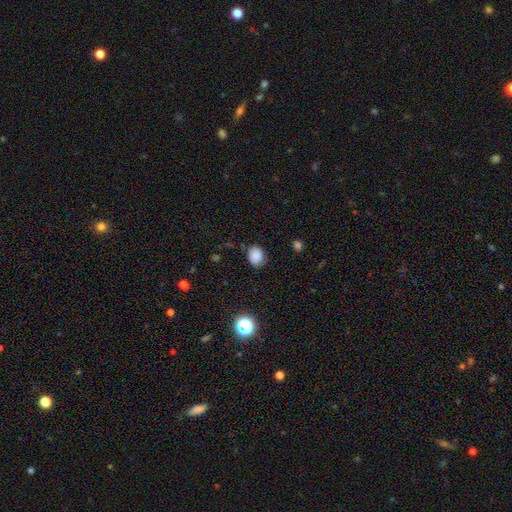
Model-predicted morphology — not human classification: Smooth or featured: smooth — 84% (star or artifact — 11%)
How rounded: in between — 52% (round — 47%)
Merging: none — 78% (minor disturbance — 16%)